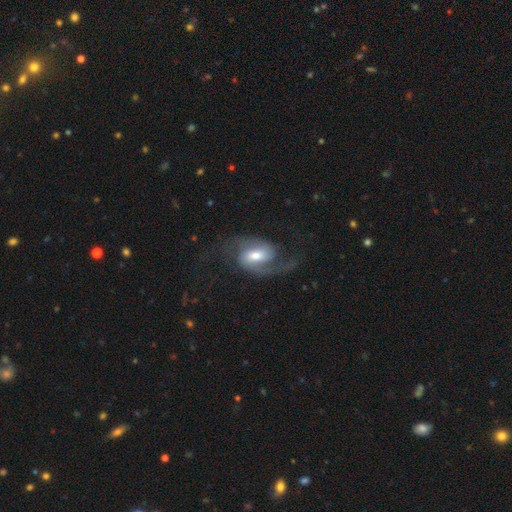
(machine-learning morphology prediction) Smooth or featured? featured or disk (83%)
Edge-on disk? no (97%)
Bar? weak (45%)
Spiral arms? yes (96%)
Spiral winding? loose (48%)
Spiral arm count? 2 (90%)
Bulge size? moderate (61%)
Merging? none (66%)